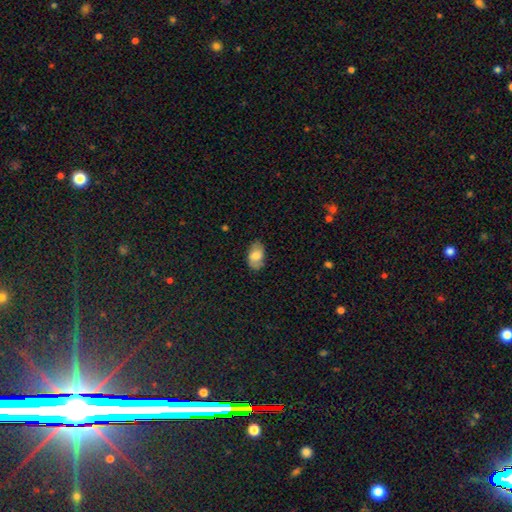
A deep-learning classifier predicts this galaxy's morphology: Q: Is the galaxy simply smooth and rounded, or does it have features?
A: smooth — 69%.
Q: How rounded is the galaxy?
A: in between — 92%.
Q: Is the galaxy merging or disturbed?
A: none — 74%.